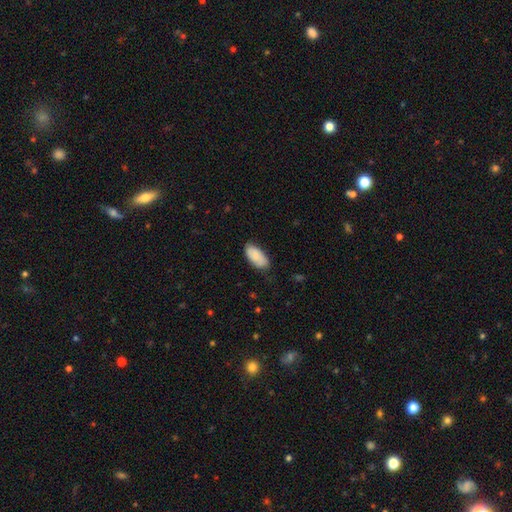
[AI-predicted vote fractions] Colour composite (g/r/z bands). It shows a smooth galaxy with no disk features (88%) that is in between round and cigar-shaped (93%). Merging: none (78%).